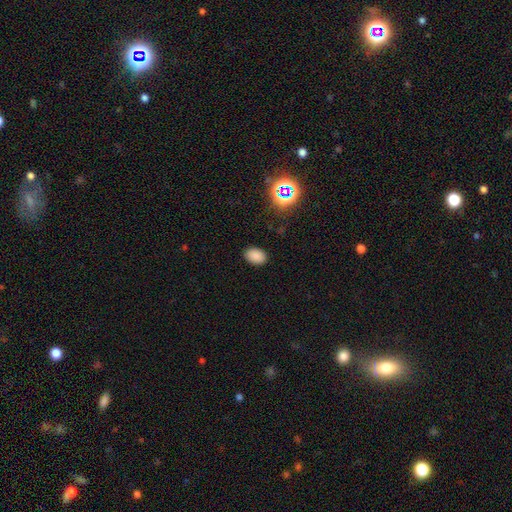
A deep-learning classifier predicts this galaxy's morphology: This appears to be a smooth galaxy with no disk features (83%) that is in between round and cigar-shaped (83%). Merging: none (87%).